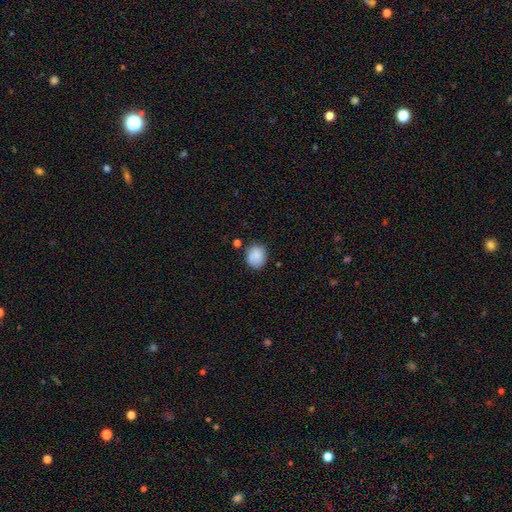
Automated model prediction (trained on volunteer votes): This appears to be a smooth galaxy with no disk features (87%) that is round (75%). Merging: none (77%).